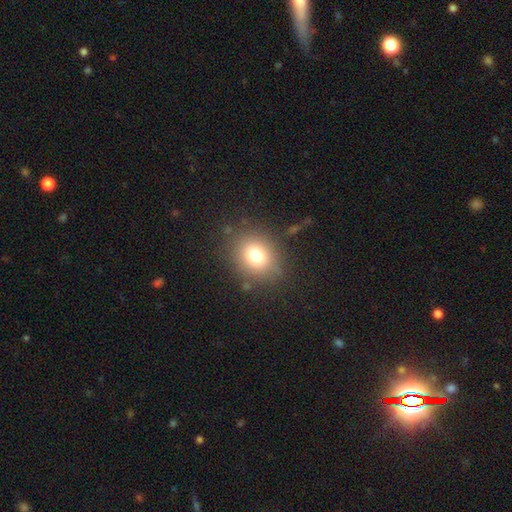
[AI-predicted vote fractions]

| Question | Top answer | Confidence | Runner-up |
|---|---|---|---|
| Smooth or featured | smooth | 76% | star or artifact (13%) |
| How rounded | round | 69% | in between (31%) |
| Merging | none | 82% | minor disturbance (10%) |